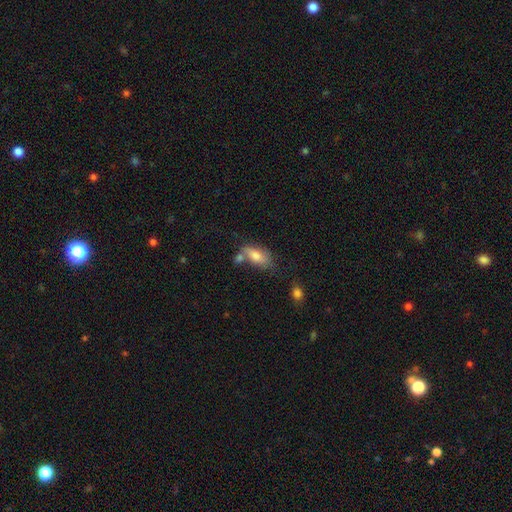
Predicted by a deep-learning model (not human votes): Q: Smooth or featured?
A: smooth (75%); runner-up: featured or disk (17%)
Q: How rounded?
A: in between (86%); runner-up: cigar-shaped (10%)
Q: Merging?
A: none (44%); runner-up: merger (25%)